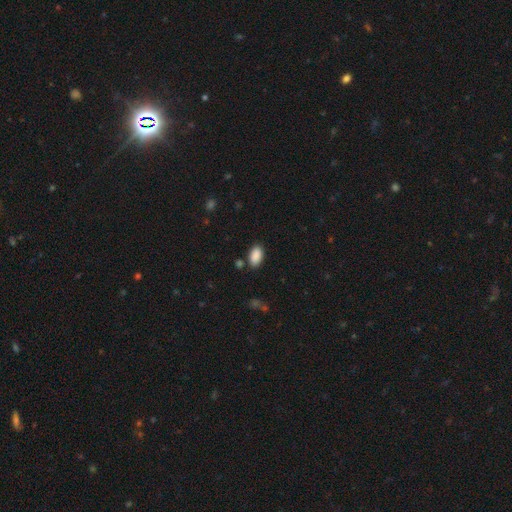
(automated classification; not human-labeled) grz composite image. It shows a smooth galaxy with no disk features (89%) that is in between round and cigar-shaped (93%). Merging: none (83%).